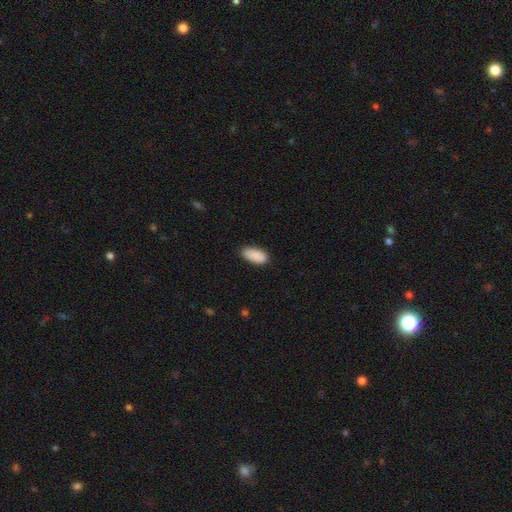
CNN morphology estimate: smooth_or_featured: smooth (p=0.90) [alt: star or artifact p=0.07]
how_rounded: in between (p=0.91) [alt: cigar-shaped p=0.07]
merging: none (p=0.80) [alt: minor disturbance p=0.16]